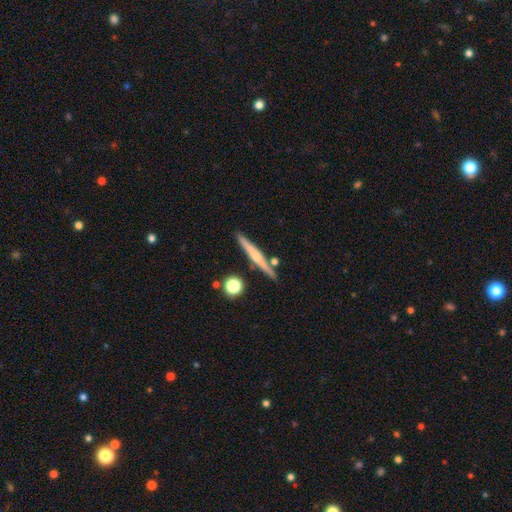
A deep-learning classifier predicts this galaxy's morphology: smooth-or-featured: featured or disk: 57% | smooth: 36% | star or artifact: 7%
  disk-edge-on: yes: 97% | no: 3%
    edge-on-bulge: rounded: 62% | none: 29% | boxy: 9%
  merging: none: 85% | minor disturbance: 8% | merger: 5% | major disturbance: 2%